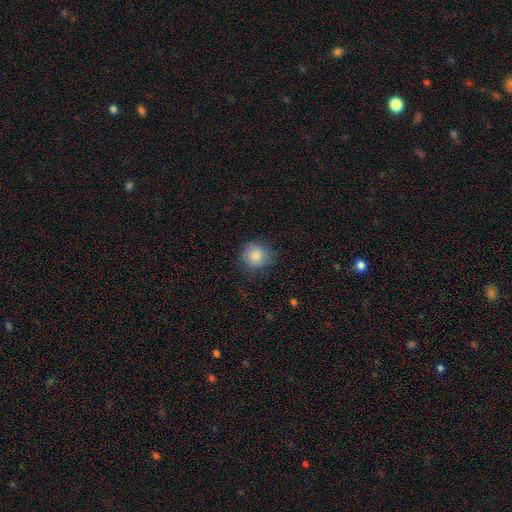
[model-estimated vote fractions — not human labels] The model was most divided on "merging": none: 79%, minor disturbance: 16%, major disturbance: 4%, merger: 1%. More confident: how rounded — round (87%); smooth or featured — smooth (83%).